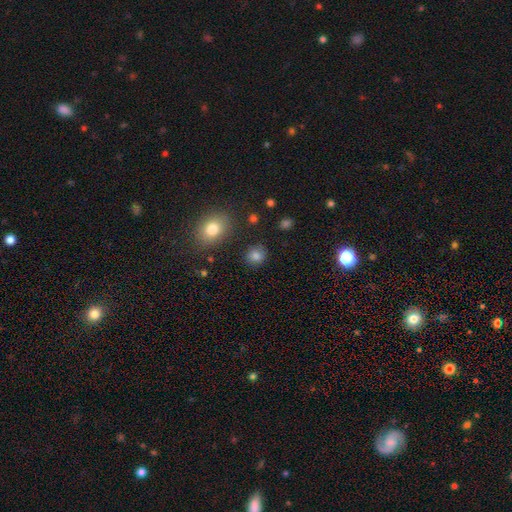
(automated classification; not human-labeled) smooth_or_featured: smooth (p=0.83) [alt: star or artifact p=0.11]
how_rounded: round (p=0.76) [alt: in between p=0.23]
merging: none (p=0.86) [alt: minor disturbance p=0.09]